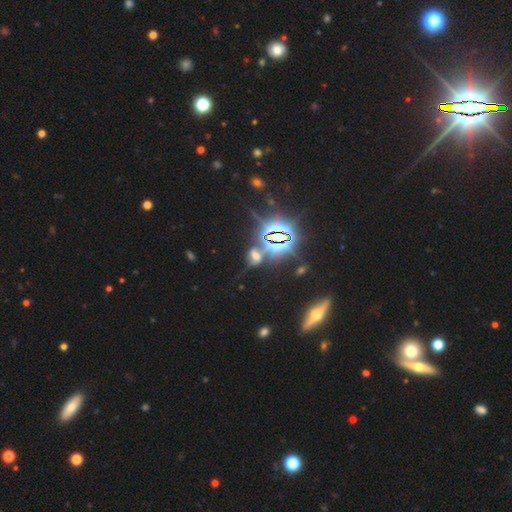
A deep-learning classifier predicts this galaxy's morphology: This is likely a star or artifact rather than a galaxy (62%).